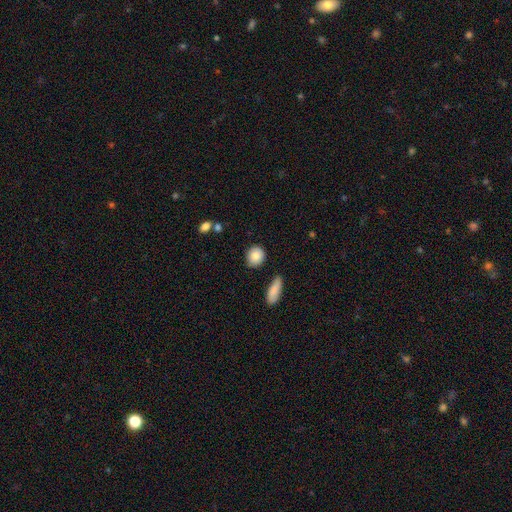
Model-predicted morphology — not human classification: smooth-or-featured: smooth: 86% | star or artifact: 7% | featured or disk: 7%
  how-rounded: round: 74% | in between: 24% | cigar-shaped: 2%
  merging: none: 82% | minor disturbance: 12% | merger: 3% | major disturbance: 3%